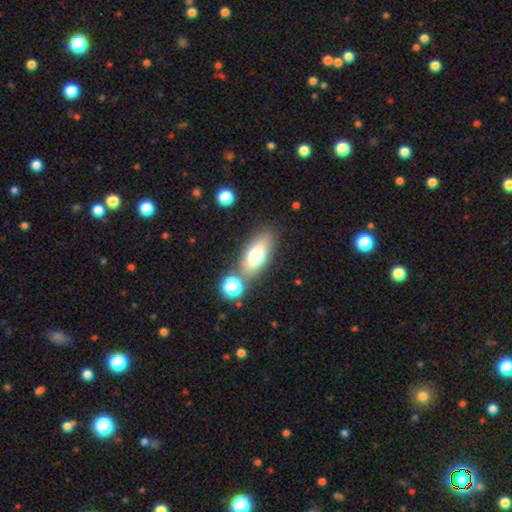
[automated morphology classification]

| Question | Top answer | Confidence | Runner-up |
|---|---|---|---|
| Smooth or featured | smooth | 66% | featured or disk (24%) |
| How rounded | in between | 75% | cigar-shaped (19%) |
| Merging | none | 74% | minor disturbance (11%) |